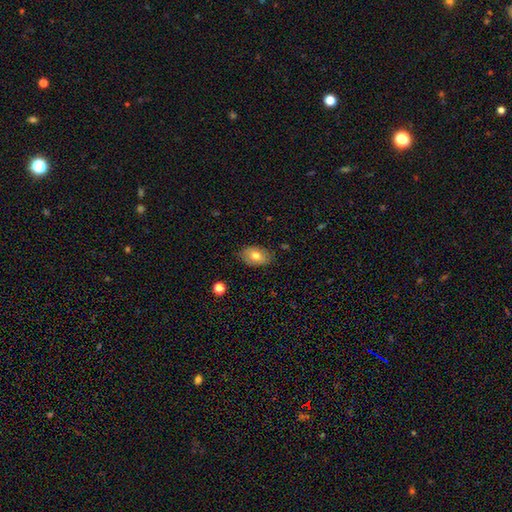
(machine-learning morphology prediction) Overall: smooth (76%). How rounded: in between (89%). Merging: none (82%).